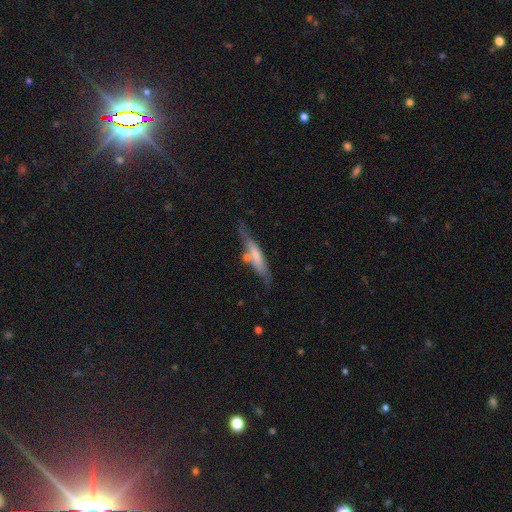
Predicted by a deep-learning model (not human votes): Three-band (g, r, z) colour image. It shows a smooth galaxy with no disk features (50%). Merging: none (56%).